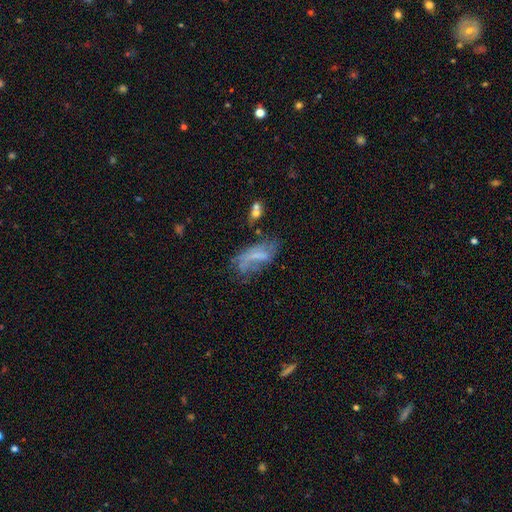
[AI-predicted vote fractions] smooth_or_featured: featured or disk (p=0.48) [alt: smooth p=0.40]
merging: none (p=0.36) [alt: major disturbance p=0.28]